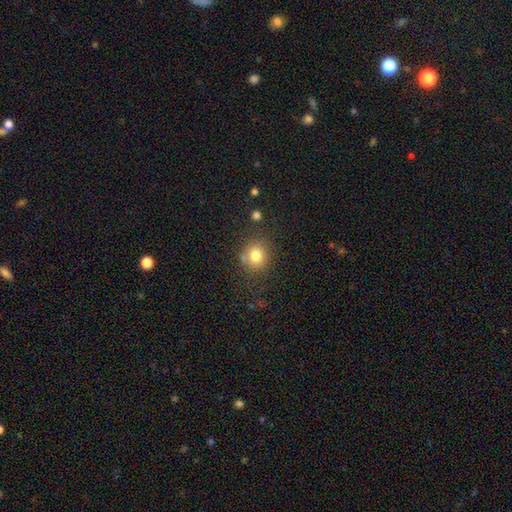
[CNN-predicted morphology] Smooth or featured? Predicted: smooth (p=0.79). How rounded? Predicted: round (p=0.82). Merging? Predicted: none (p=0.74).